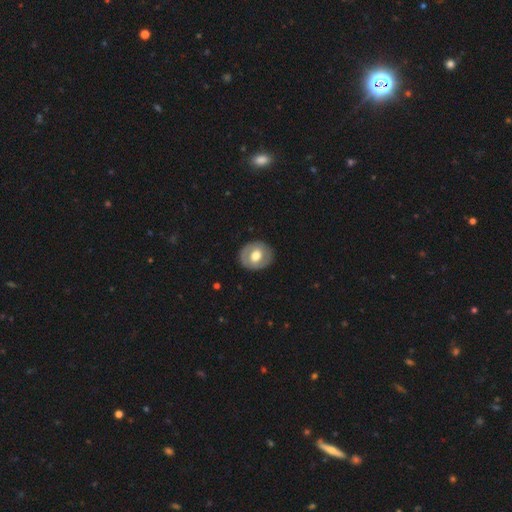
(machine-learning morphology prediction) Smooth or featured: smooth — 56% (featured or disk — 38%)
How rounded: round — 71% (in between — 28%)
Merging: none — 87% (minor disturbance — 9%)